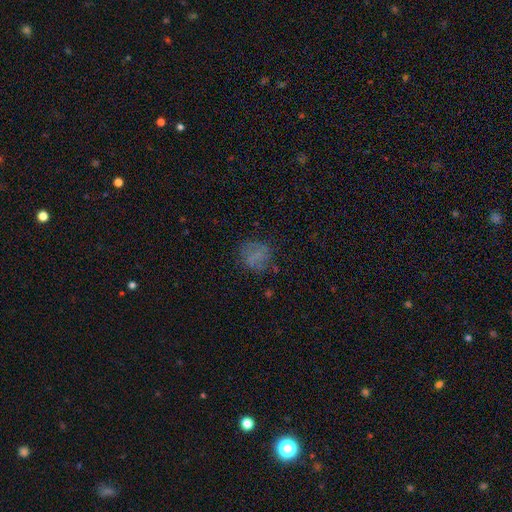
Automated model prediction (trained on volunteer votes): Smooth or featured?
  - smooth: 57% *
  - featured or disk: 23%
  - star or artifact: 20%
How rounded?
  - round: 75% *
  - in between: 24%
  - cigar-shaped: 1%
Merging?
  - none: 66% *
  - minor disturbance: 18%
  - major disturbance: 12%
  - merger: 3%